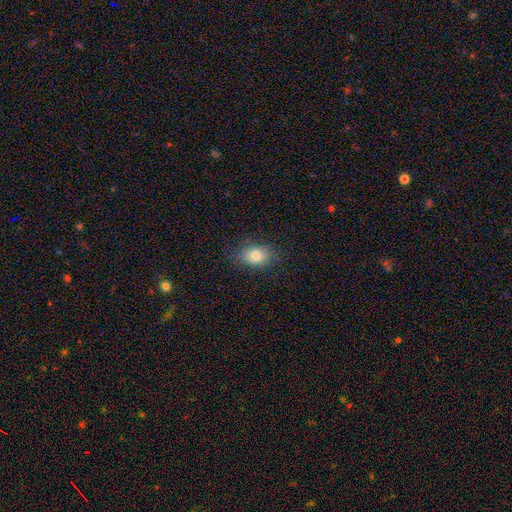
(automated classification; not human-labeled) smooth_or_featured: smooth (p=0.81) [alt: star or artifact p=0.09]
how_rounded: in between (p=0.76) [alt: round p=0.23]
merging: none (p=0.82) [alt: minor disturbance p=0.14]